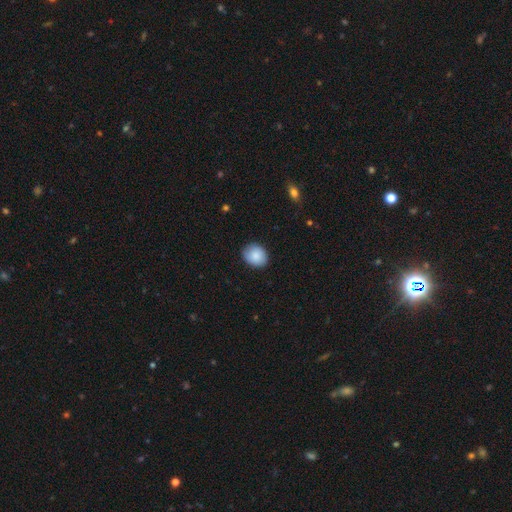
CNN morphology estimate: Smooth or featured?
  - smooth: 87% *
  - star or artifact: 7%
  - featured or disk: 6%
How rounded?
  - round: 58% *
  - in between: 41%
  - cigar-shaped: 1%
Merging?
  - none: 86% *
  - minor disturbance: 11%
  - major disturbance: 2%
  - merger: 1%